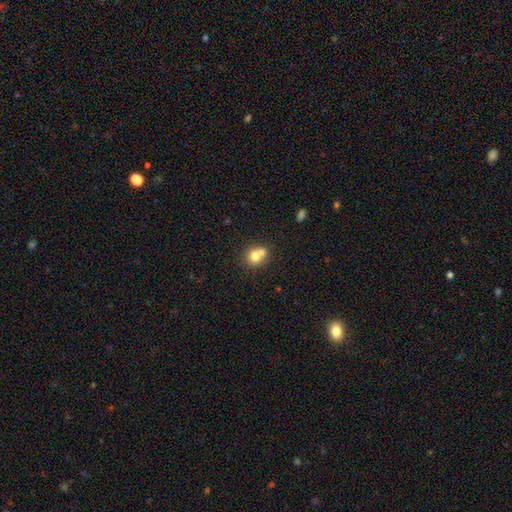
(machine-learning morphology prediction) type=smooth (73%); roundness=round (77%); merging=merger (52%).